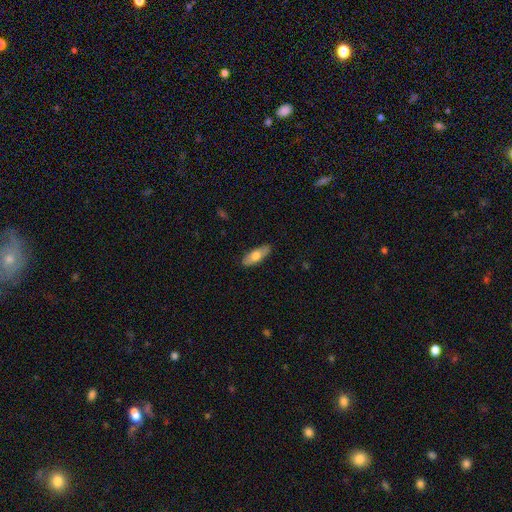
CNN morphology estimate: Q: Smooth or featured?
A: smooth (70%); runner-up: featured or disk (24%)
Q: How rounded?
A: in between (63%); runner-up: cigar-shaped (34%)
Q: Merging?
A: none (86%); runner-up: minor disturbance (11%)